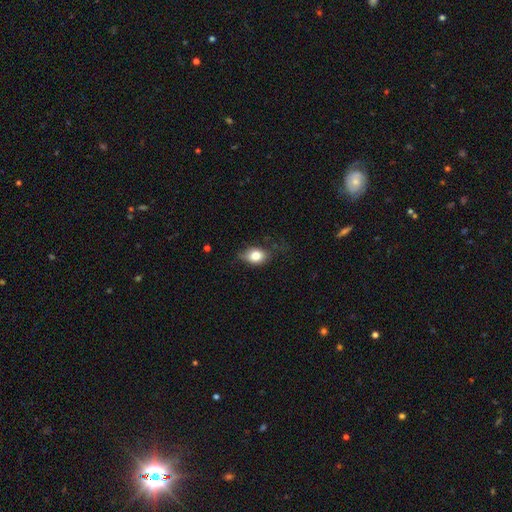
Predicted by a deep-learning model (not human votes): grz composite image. It shows a smooth galaxy with no disk features (78%) that is in between round and cigar-shaped (72%). Merging: none (55%).